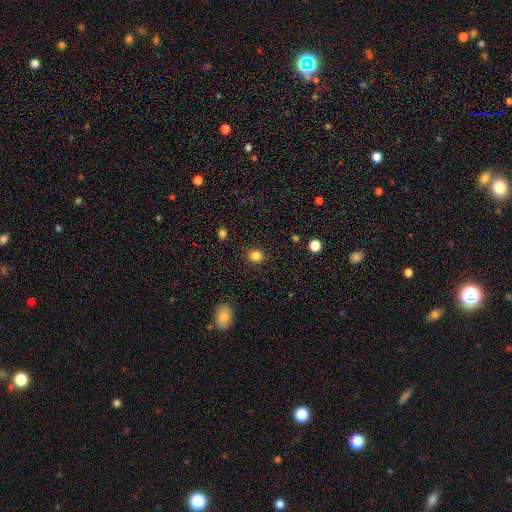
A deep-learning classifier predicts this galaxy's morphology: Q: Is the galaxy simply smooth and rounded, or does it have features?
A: smooth — 84%.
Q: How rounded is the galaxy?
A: round — 72%.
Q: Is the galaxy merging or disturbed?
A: none — 88%.